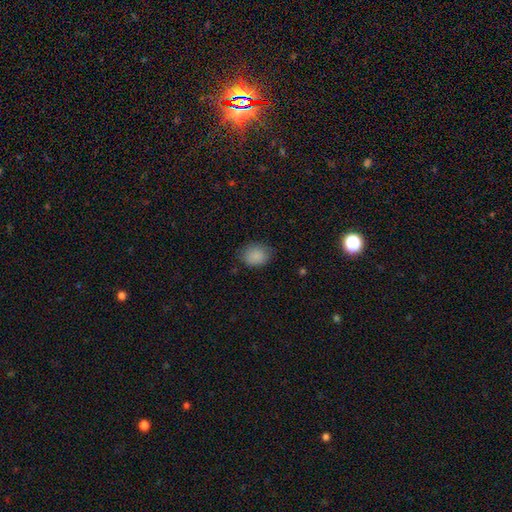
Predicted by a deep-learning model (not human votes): This appears to be a smooth galaxy with no disk features (88%) that is in between round and cigar-shaped (57%). Merging: none (76%).